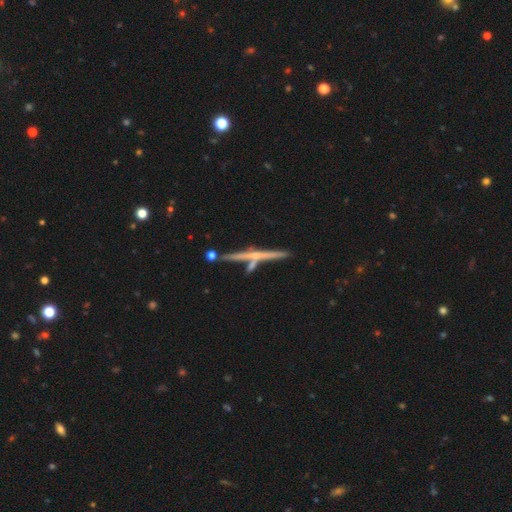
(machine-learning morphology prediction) Overall: featured or disk (71%). Edge-on disk: yes (98%). Edge-on bulge: none (49%; rounded 45%). Merging: none (77%).